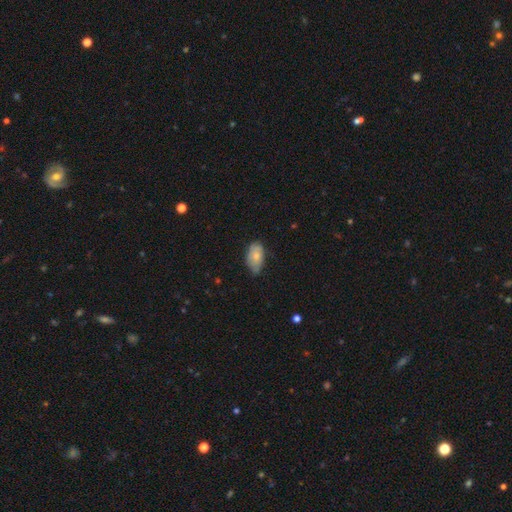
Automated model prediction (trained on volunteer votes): smooth 75%, featured or disk 19%, star or artifact 7%. Down the decision tree: how rounded — in between (93%); merging — none (56%).